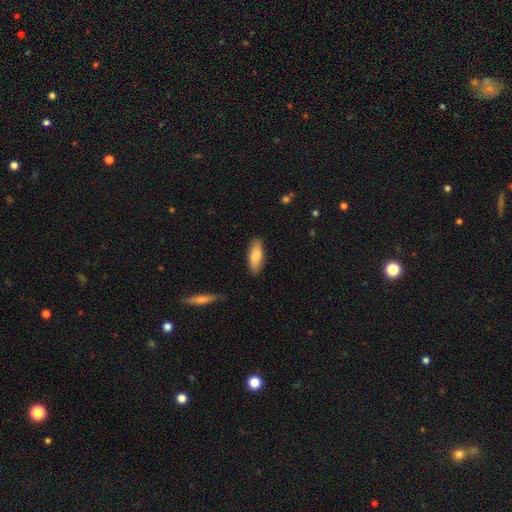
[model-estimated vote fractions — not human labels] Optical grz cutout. It shows a smooth galaxy with no disk features (82%) that is in between round and cigar-shaped (73%). Merging: none (84%).